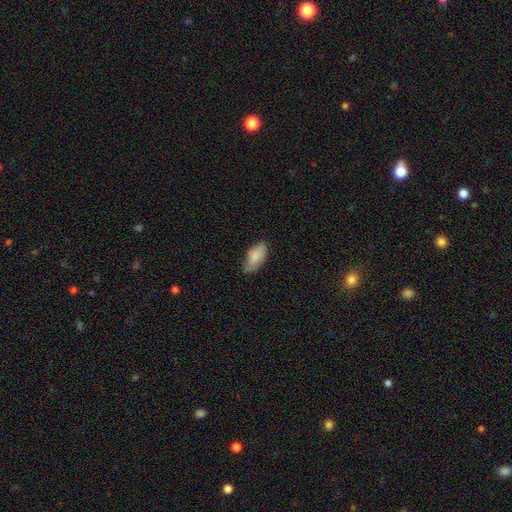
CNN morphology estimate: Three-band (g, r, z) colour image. It shows a smooth galaxy with no disk features (85%) that is in between round and cigar-shaped (91%). Merging: none (69%).